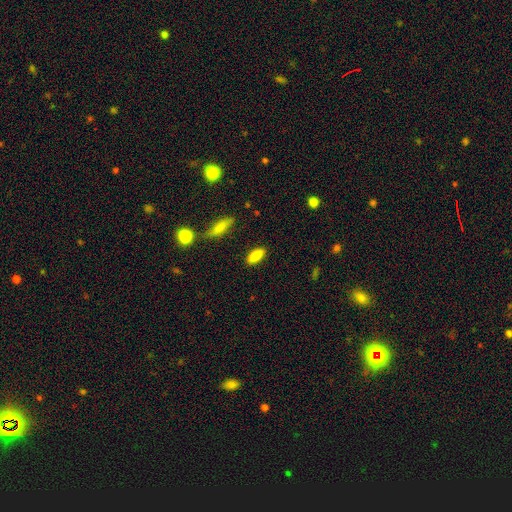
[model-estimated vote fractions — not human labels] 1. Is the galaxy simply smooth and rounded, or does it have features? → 86% smooth, 7% star or artifact, 7% featured or disk.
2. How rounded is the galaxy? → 76% in between, 22% cigar-shaped, 2% round.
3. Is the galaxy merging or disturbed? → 87% none, 9% minor disturbance, 2% major disturbance, 2% merger.